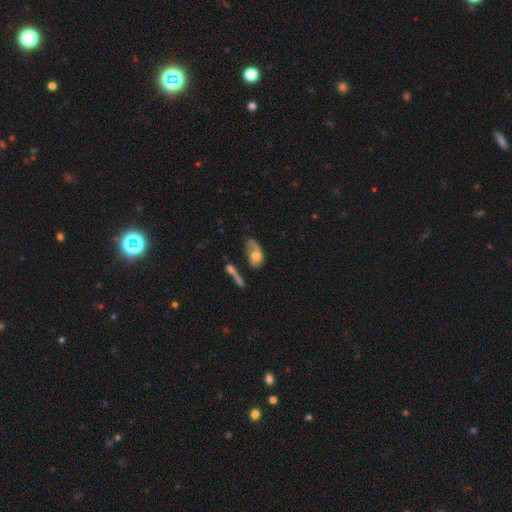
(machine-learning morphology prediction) Smooth or featured: smooth — 52% (featured or disk — 40%)
How rounded: in between — 84% (round — 10%)
Merging: none — 31% (major disturbance — 30%)